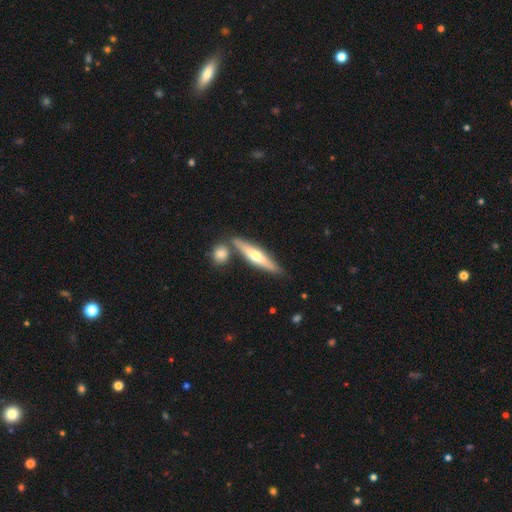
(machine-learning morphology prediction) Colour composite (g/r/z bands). It shows a featured or disk galaxy (56%) viewed edge-on (93%) with a rounded central bulge (89%). Merging: none (76%).